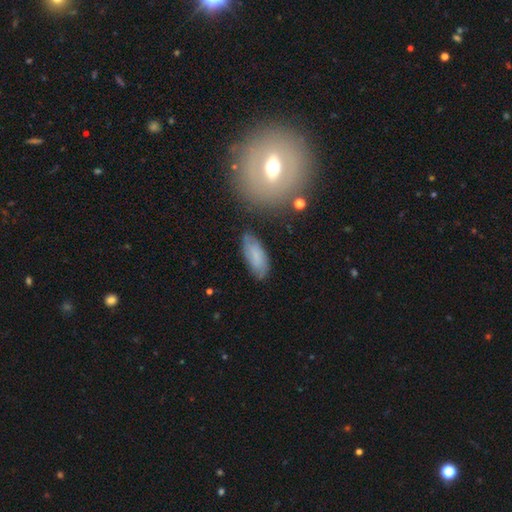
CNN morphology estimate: Q: Smooth or featured?
A: smooth (67%); runner-up: featured or disk (24%)
Q: How rounded?
A: in between (80%); runner-up: cigar-shaped (17%)
Q: Merging?
A: none (74%); runner-up: minor disturbance (18%)